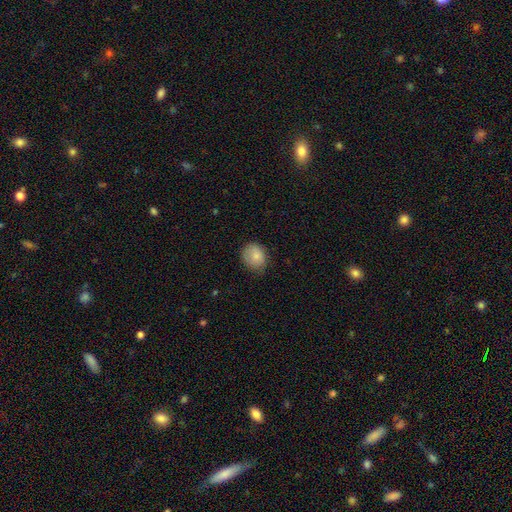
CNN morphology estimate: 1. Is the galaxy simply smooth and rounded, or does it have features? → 82% smooth, 11% featured or disk, 8% star or artifact.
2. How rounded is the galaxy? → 59% round, 40% in between, 1% cigar-shaped.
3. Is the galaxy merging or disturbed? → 68% none, 25% minor disturbance, 5% major disturbance, 1% merger.